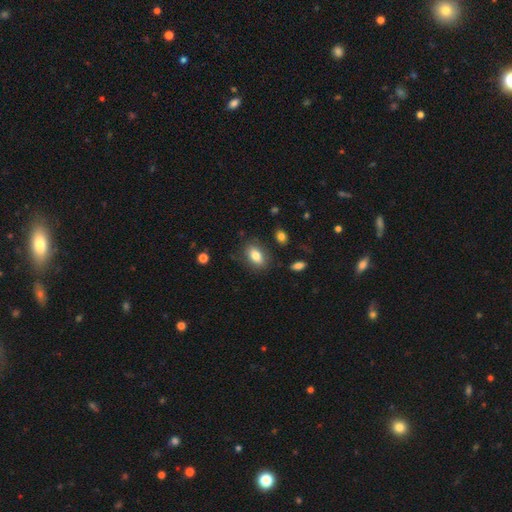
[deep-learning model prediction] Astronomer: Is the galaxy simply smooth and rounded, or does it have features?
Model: smooth — 81%.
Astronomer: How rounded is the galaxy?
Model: in between — 88%.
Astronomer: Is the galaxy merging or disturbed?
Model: none — 81%.